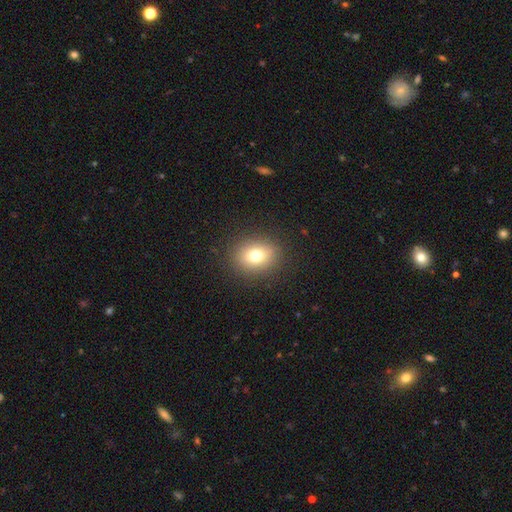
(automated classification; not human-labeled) Q: Smooth or featured?
A: smooth (75%); runner-up: star or artifact (13%)
Q: How rounded?
A: round (55%); runner-up: in between (43%)
Q: Merging?
A: none (88%); runner-up: minor disturbance (8%)